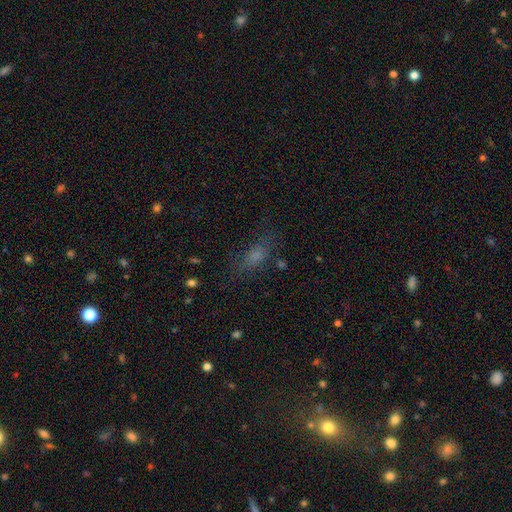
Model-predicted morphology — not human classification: This is likely a smooth galaxy (61%). How rounded: likely in between (65%). Merging: likely none (67%).